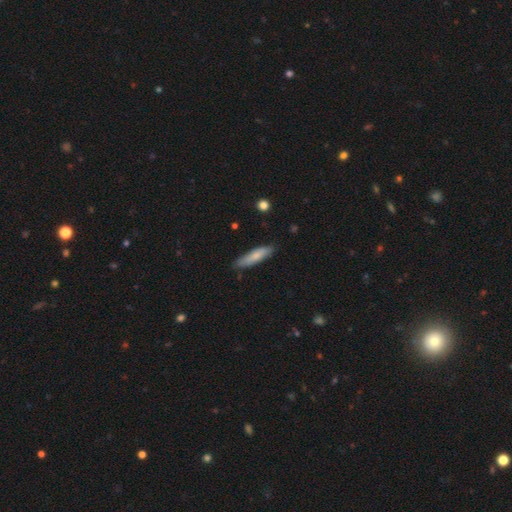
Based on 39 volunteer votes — Volunteers were most divided on "smooth or featured": smooth: 72%, featured or disk: 18%, star or artifact: 10%. More confident: how rounded — cigar-shaped (79%); merging — none (77%).